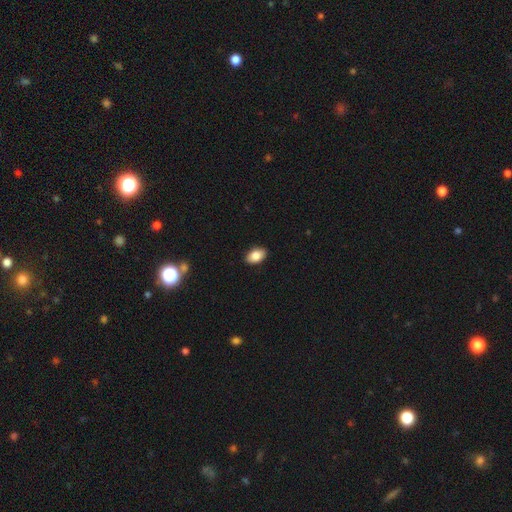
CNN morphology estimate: Smooth or featured? Predicted: smooth (p=0.85). How rounded? Predicted: in between (p=0.91). Merging? Predicted: none (p=0.90).